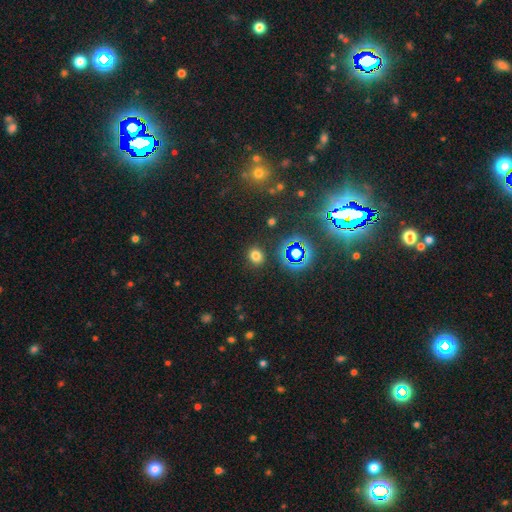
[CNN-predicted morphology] A smooth galaxy with no disk features (69%) that is round (72%). Merging: none (88%).